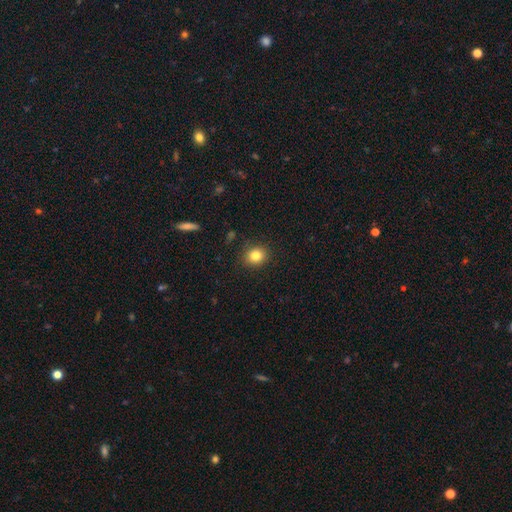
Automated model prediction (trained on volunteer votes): Smooth or featured?
  - smooth: 83% *
  - star or artifact: 11%
  - featured or disk: 6%
How rounded?
  - round: 75% *
  - in between: 24%
  - cigar-shaped: 1%
Merging?
  - none: 88% *
  - minor disturbance: 8%
  - major disturbance: 2%
  - merger: 1%